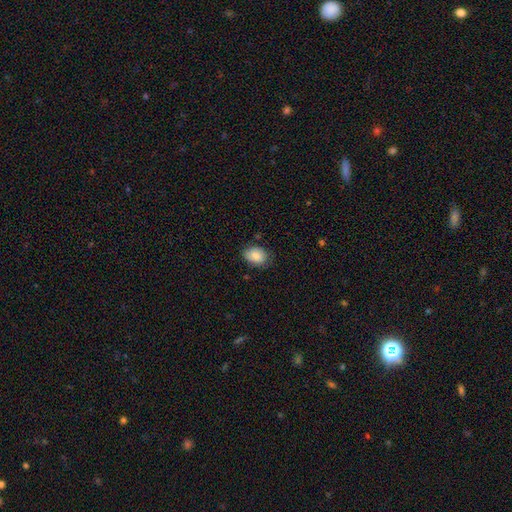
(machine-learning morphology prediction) The model was most divided on "how rounded": in between: 73%, round: 26%, cigar-shaped: 1%. More confident: smooth or featured — smooth (85%); merging — none (74%).